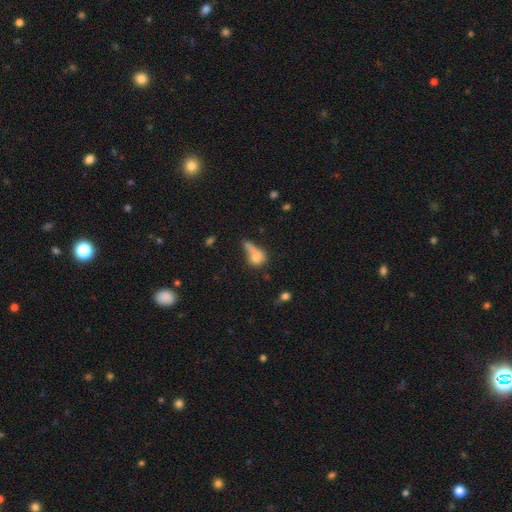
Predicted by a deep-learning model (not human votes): Smooth or featured? Predicted: smooth (p=0.71). How rounded? Predicted: in between (p=0.55). Merging? Predicted: merger (p=0.32).